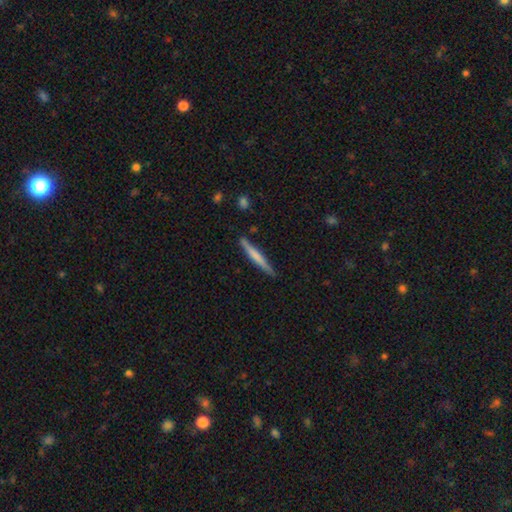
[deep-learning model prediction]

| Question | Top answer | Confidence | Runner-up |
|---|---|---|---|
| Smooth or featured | smooth | 56% | featured or disk (39%) |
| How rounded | cigar-shaped | 96% | in between (3%) |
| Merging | none | 86% | minor disturbance (10%) |